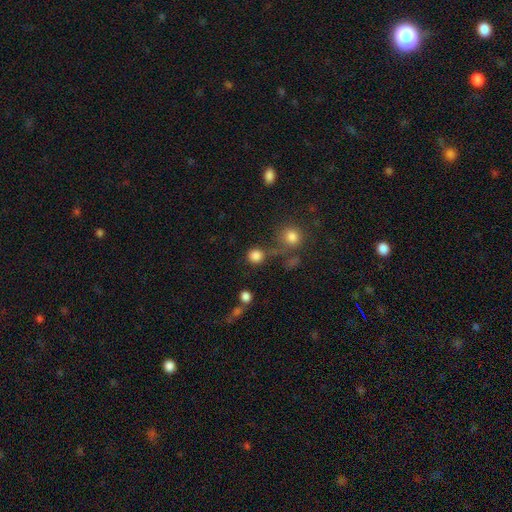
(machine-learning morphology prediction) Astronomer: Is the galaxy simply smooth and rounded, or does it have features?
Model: smooth — 83%.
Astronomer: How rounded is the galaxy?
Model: round — 92%.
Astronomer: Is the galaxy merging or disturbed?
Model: none — 71%.